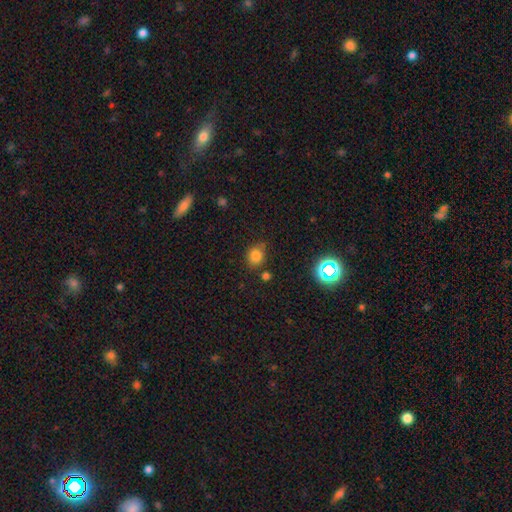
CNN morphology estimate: This appears to be a smooth galaxy with no disk features (77%) that is round (59%). Merging: none (73%).